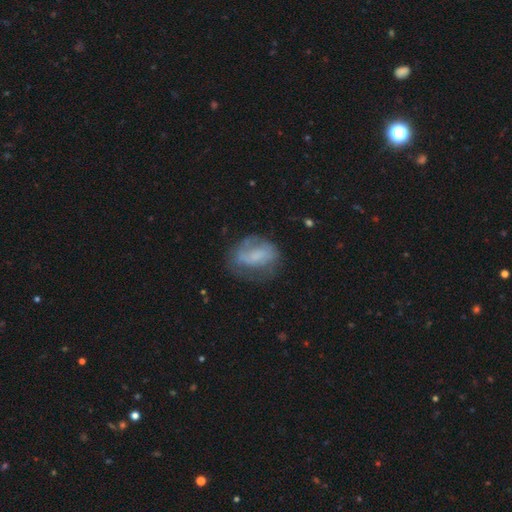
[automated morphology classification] A featured or disk galaxy (50%). Merging: none (52%).